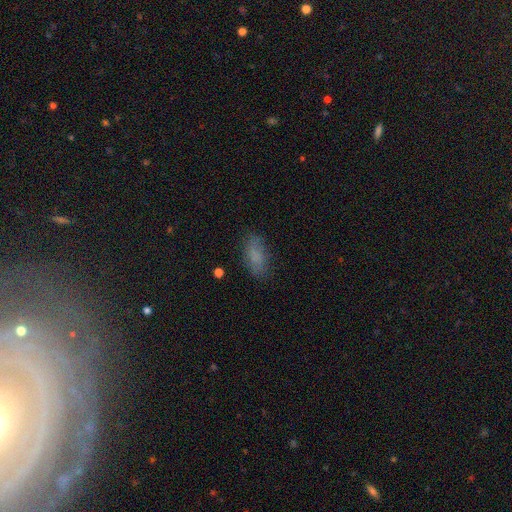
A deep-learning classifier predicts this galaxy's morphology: The model was most divided on "merging": none: 78%, minor disturbance: 16%, major disturbance: 5%, merger: 1%. More confident: how rounded — in between (88%); smooth or featured — smooth (81%).